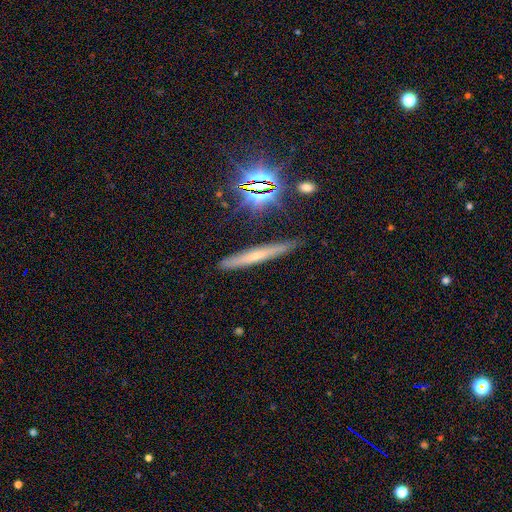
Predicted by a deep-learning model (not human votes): This appears to be a featured or disk galaxy (45%). Merging: none (84%).